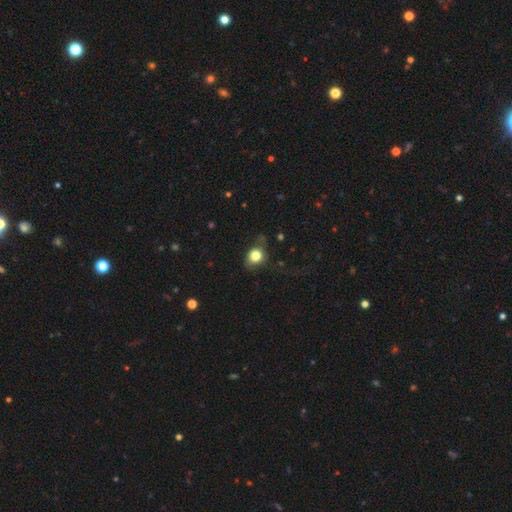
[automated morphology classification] The model was most divided on "how rounded": round: 61%, in between: 38%, cigar-shaped: 1%. More confident: smooth or featured — smooth (80%); merging — none (63%).